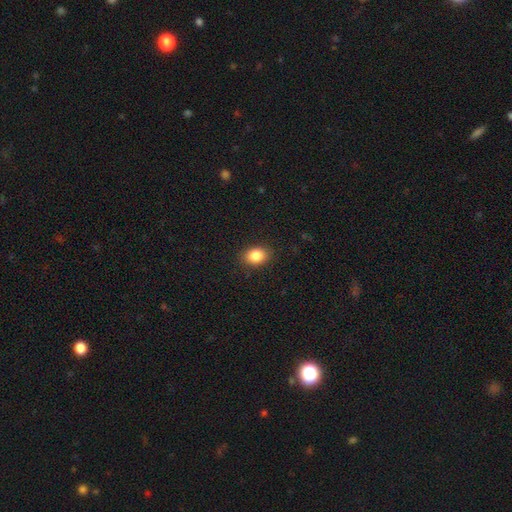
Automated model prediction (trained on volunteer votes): Smooth or featured: smooth — 86% (star or artifact — 9%)
How rounded: in between — 65% (round — 34%)
Merging: none — 88% (minor disturbance — 9%)